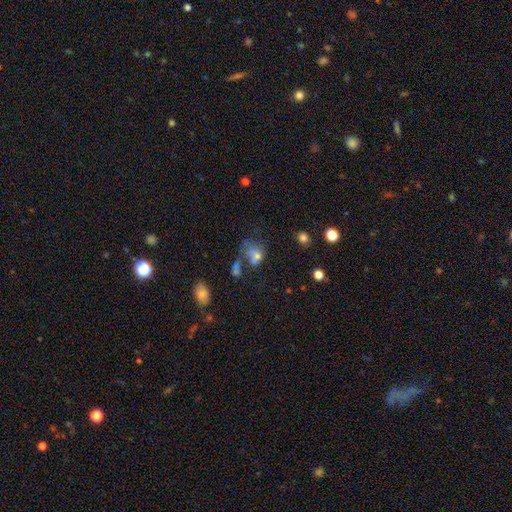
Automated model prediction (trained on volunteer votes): A smooth galaxy with no disk features (62%) that is in between round and cigar-shaped (62%).

Vote fractions:
- Smooth or featured? smooth: 62% / featured or disk: 22% / star or artifact: 16%
- How rounded? in between: 62% / round: 37% / cigar-shaped: 2%
- Merging? major disturbance: 29% / merger: 27% / none: 26% / minor disturbance: 18%